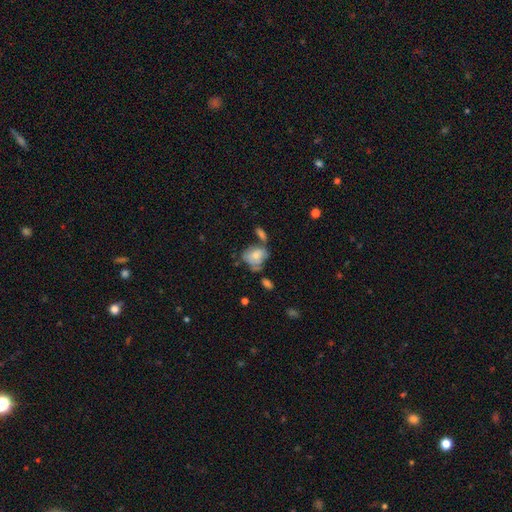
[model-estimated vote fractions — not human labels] Morphology: type=smooth (66%); roundness=in between (66%); merging=none (35%).